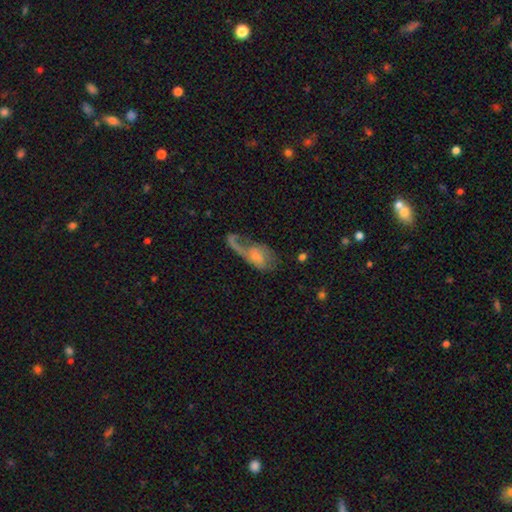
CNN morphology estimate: A featured or disk galaxy (56%) with no bar (64%), spiral arms (73%) and no central bulge (44%). Merging: major disturbance (52%).